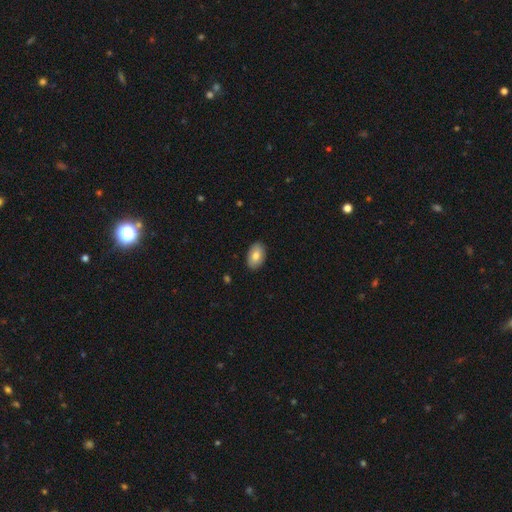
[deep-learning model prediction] Smooth or featured: smooth — 79% (featured or disk — 14%)
How rounded: in between — 92% (round — 7%)
Merging: none — 89% (minor disturbance — 9%)